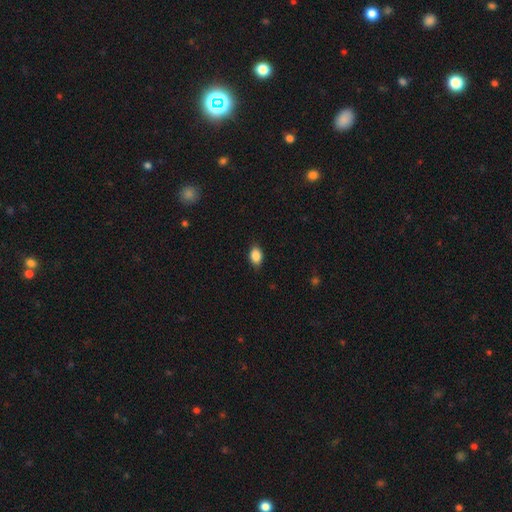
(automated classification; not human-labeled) Overall: smooth (88%). How rounded: in between (82%). Merging: none (84%).